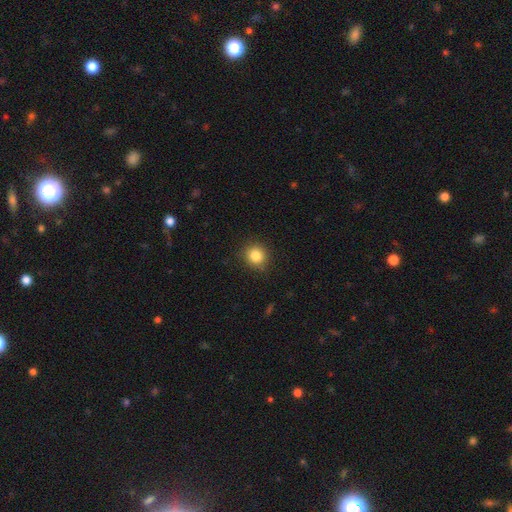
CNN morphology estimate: Smooth or featured? Predicted: smooth (p=0.84). How rounded? Predicted: round (p=0.88). Merging? Predicted: none (p=0.88).